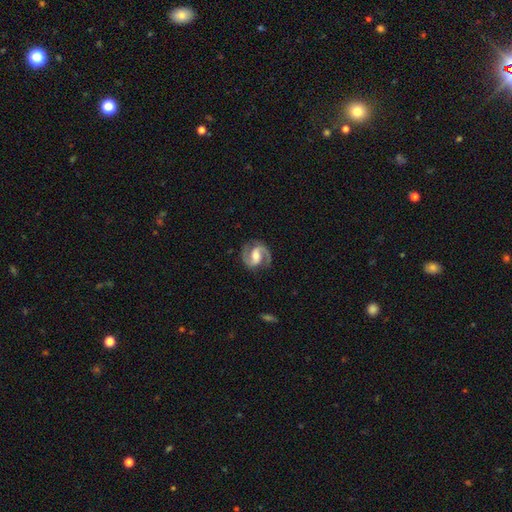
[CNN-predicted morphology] type=featured or disk (91%); edge-on=no (98%); bar=weak (46%); spiral arms=yes (98%); winding=medium (60%); arm count=2 (94%); bulge=moderate (64%); merging=none (84%).